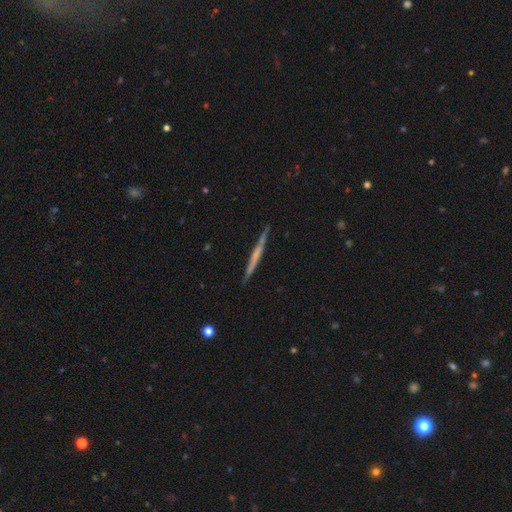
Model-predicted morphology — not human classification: A featured or disk galaxy (58%) viewed edge-on (98%) with no central bulge (77%).

Vote fractions:
- Smooth or featured? featured or disk: 58% / smooth: 37% / star or artifact: 5%
- Edge-on disk? yes: 98% / no: 2%
- Edge-on bulge? none: 77% / rounded: 13% / boxy: 9%
- Merging? none: 89% / minor disturbance: 8% / major disturbance: 1% / merger: 1%